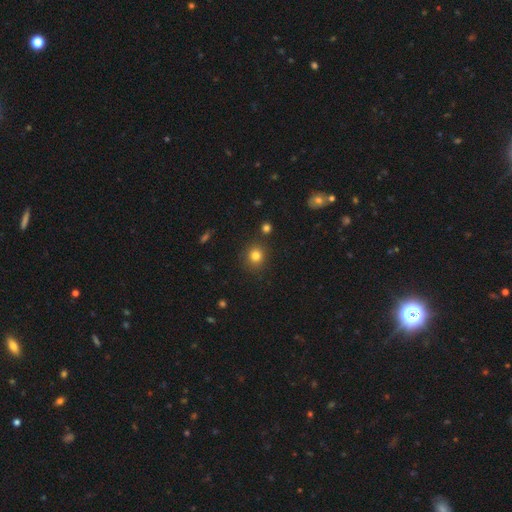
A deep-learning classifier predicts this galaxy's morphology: smooth_or_featured: smooth (p=0.81) [alt: star or artifact p=0.13]
how_rounded: round (p=0.87) [alt: in between p=0.12]
merging: none (p=0.86) [alt: minor disturbance p=0.08]